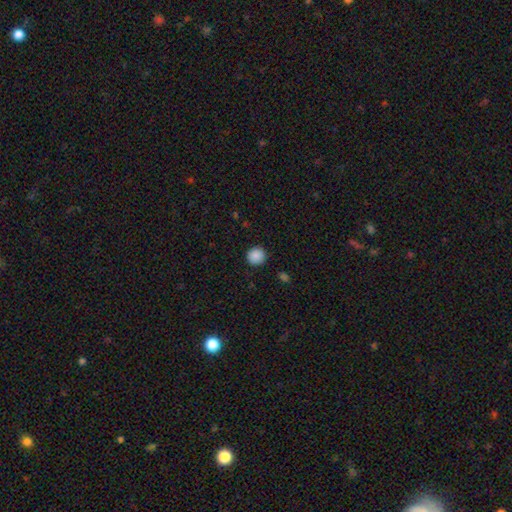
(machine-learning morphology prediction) smooth-or-featured: smooth: 89% | star or artifact: 9% | featured or disk: 3%
  how-rounded: round: 92% | in between: 7% | cigar-shaped: 1%
  merging: none: 91% | minor disturbance: 6% | major disturbance: 2% | merger: 1%